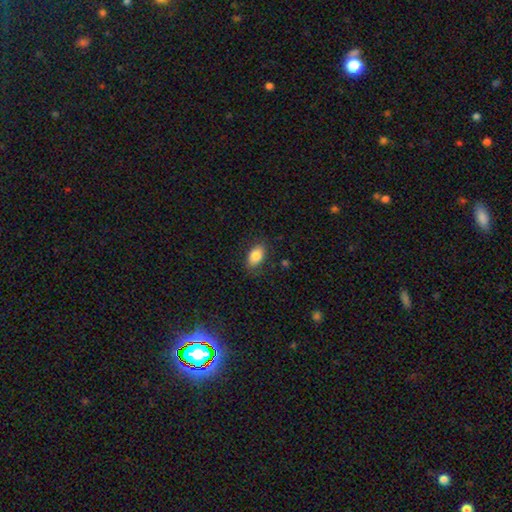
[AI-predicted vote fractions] Overall: smooth (84%). How rounded: in between (90%). Merging: none (84%).